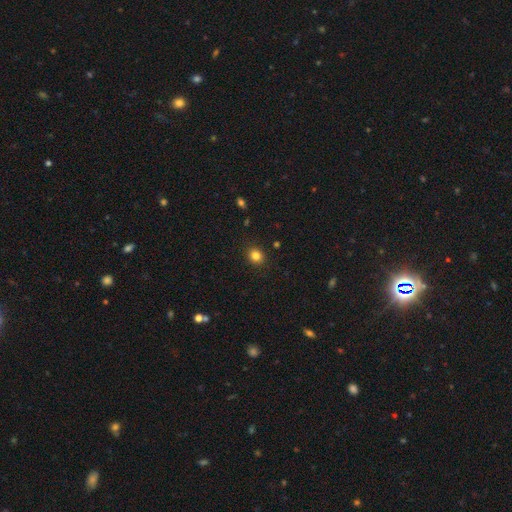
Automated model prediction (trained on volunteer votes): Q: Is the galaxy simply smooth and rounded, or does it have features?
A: smooth — 83%.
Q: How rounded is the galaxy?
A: round — 84%.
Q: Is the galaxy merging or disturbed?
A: none — 91%.